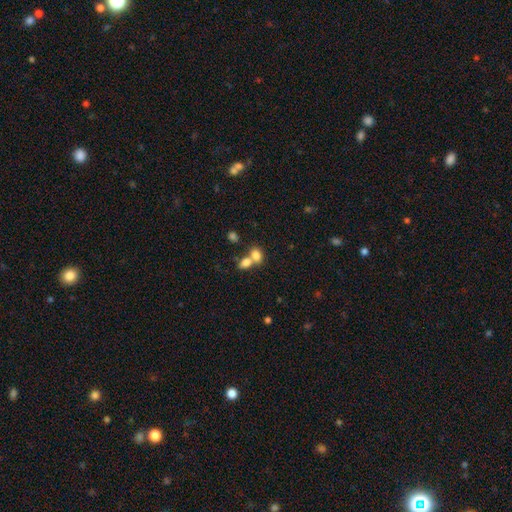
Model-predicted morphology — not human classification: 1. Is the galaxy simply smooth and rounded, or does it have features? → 79% smooth, 11% featured or disk, 10% star or artifact.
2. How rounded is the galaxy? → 73% in between, 25% round, 2% cigar-shaped.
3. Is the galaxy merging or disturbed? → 61% merger, 28% none, 7% minor disturbance, 4% major disturbance.